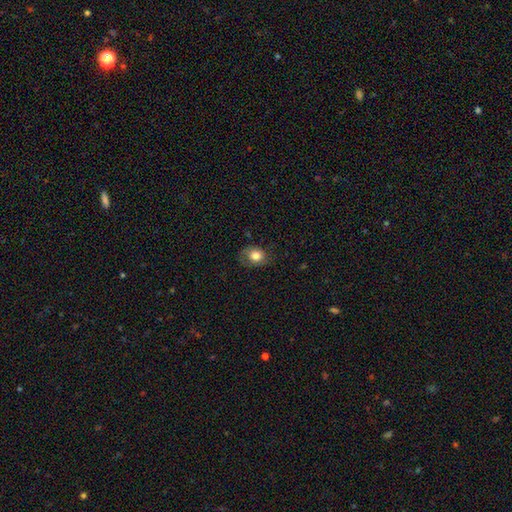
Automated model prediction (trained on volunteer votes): smooth_or_featured: smooth (p=0.79) [alt: featured or disk p=0.11]
how_rounded: round (p=0.57) [alt: in between p=0.42]
merging: none (p=0.70) [alt: minor disturbance p=0.21]